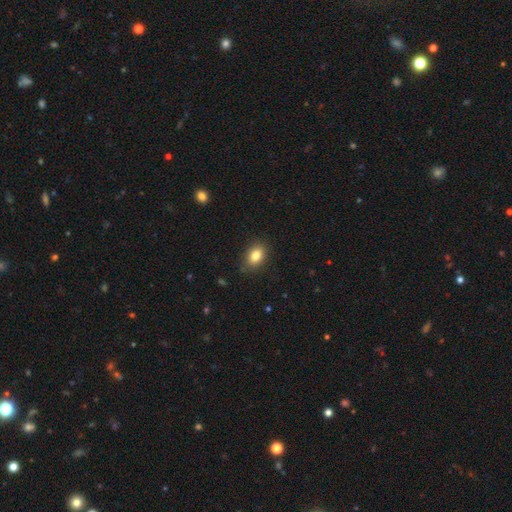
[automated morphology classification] smooth 83%, star or artifact 9%, featured or disk 8%. Down the decision tree: how rounded — in between (79%); merging — none (85%).